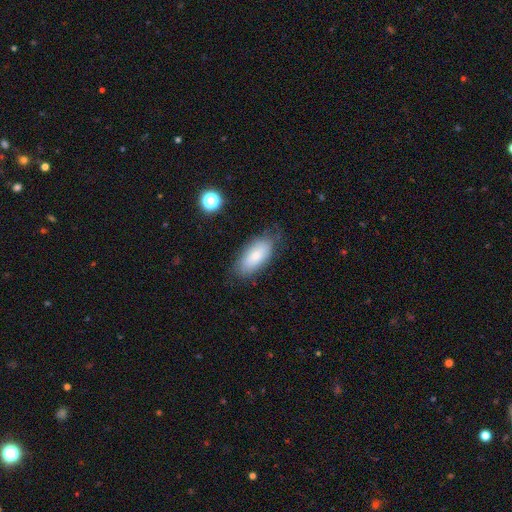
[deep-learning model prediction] Q: Smooth or featured?
A: smooth (74%); runner-up: featured or disk (19%)
Q: How rounded?
A: in between (89%); runner-up: cigar-shaped (8%)
Q: Merging?
A: none (72%); runner-up: minor disturbance (21%)